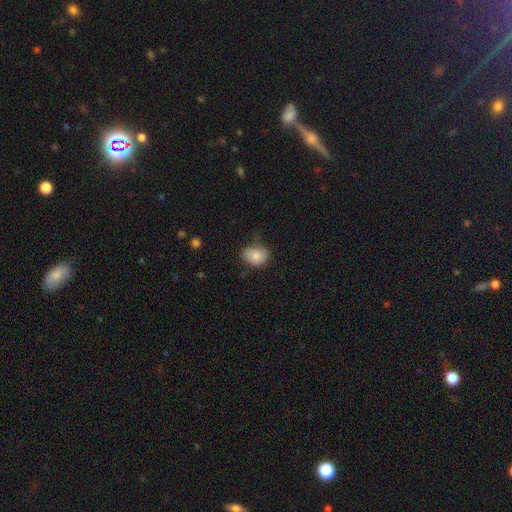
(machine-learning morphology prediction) Smooth or featured? smooth (82%)
How rounded? in between (60%)
Merging? none (59%)